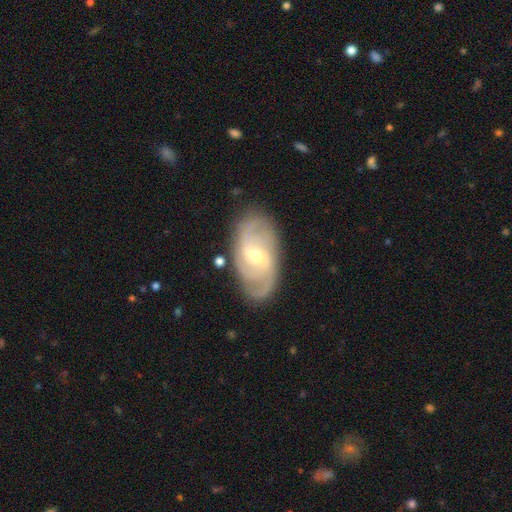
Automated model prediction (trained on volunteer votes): smooth-or-featured: featured or disk: 83% | smooth: 12% | star or artifact: 5%
  disk-edge-on: no: 95% | yes: 5%
    bar: weak: 55% | no: 29% | strong: 16%
    has-spiral-arms: yes: 95% | no: 5%
      spiral-winding: medium: 44% | tight: 36% | loose: 20%
      spiral-arm-count: 2: 46% | 3: 21% | can't tell: 19% | 4: 7% | 1: 4% | more than 4: 3%
    bulge-size: moderate: 51% | small: 45% | large: 2% | none: 1% | dominant: 1%
  merging: none: 82% | minor disturbance: 13% | major disturbance: 4% | merger: 1%